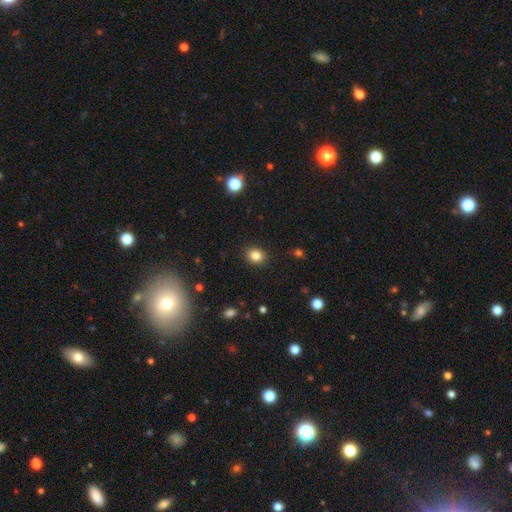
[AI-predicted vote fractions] Overall: smooth (84%). How rounded: round (59%; in between 40%). Merging: none (89%).